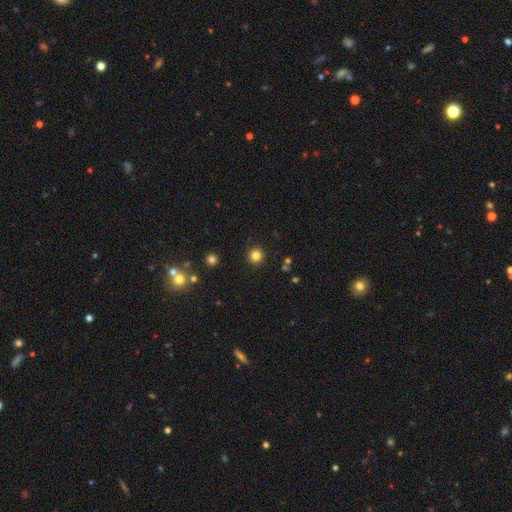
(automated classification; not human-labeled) Smooth or featured? Predicted: smooth (p=0.82). How rounded? Predicted: round (p=0.95). Merging? Predicted: none (p=0.91).